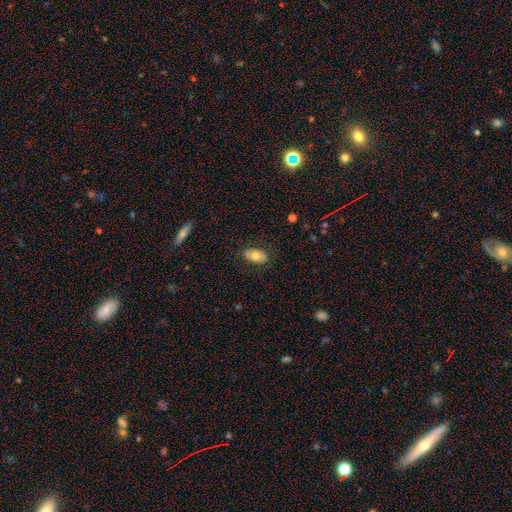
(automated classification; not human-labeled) The model was most divided on "smooth or featured": smooth: 67%, featured or disk: 26%, star or artifact: 7%. More confident: how rounded — in between (91%); merging — none (81%).